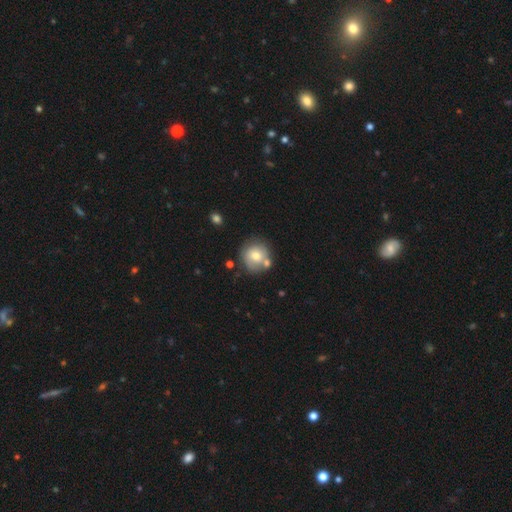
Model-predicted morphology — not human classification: Overall: smooth (68%). How rounded: round (90%). Merging: none (63%).